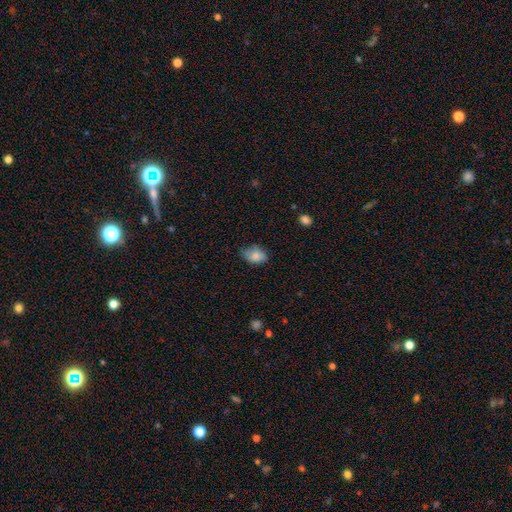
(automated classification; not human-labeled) Smooth or featured? smooth (84%)
How rounded? in between (80%)
Merging? none (67%)